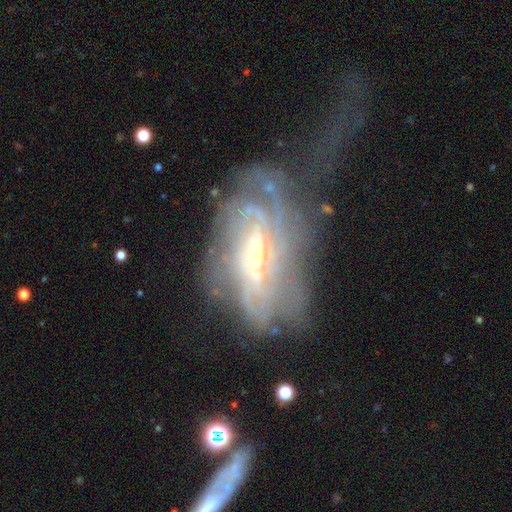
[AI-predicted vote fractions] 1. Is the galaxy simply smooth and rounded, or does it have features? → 82% featured or disk, 10% smooth, 8% star or artifact.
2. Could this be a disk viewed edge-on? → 90% no, 10% yes.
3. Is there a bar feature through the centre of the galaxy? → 41% weak, 35% no, 24% strong.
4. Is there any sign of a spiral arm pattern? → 81% yes, 19% no.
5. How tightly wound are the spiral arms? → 55% tight, 31% medium, 14% loose.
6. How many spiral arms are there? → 54% can't tell, 14% 2, 11% 3, 9% 4, 6% more than 4, 6% 1.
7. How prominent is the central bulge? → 51% moderate, 39% small, 6% large, 3% none, 1% dominant.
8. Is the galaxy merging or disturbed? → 38% major disturbance, 35% none, 22% minor disturbance, 5% merger.